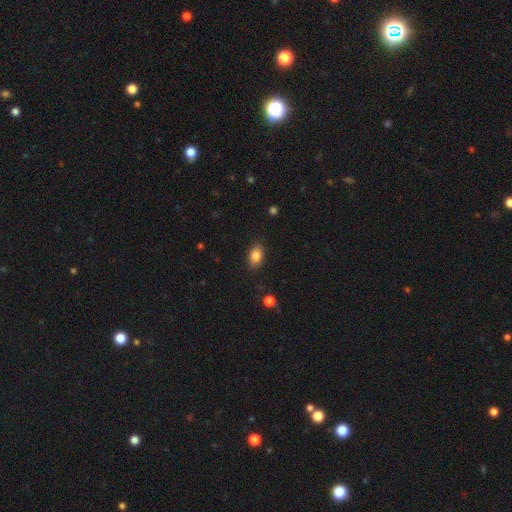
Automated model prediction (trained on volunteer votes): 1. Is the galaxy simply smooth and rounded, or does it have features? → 85% smooth, 9% star or artifact, 7% featured or disk.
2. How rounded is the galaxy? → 85% in between, 13% round, 2% cigar-shaped.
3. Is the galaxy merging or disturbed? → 85% none, 11% minor disturbance, 3% major disturbance, 1% merger.